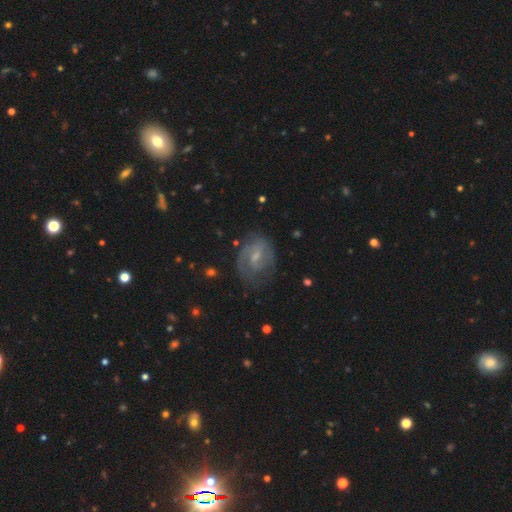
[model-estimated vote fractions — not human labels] Overall: featured or disk (77%). Edge-on disk: no (97%). Bar: weak (59%; no 25%). Spiral arms: yes (91%). Spiral arm count: 2 (62%). Spiral winding: medium (44%; tight 41%). Bulge size: small (55%; moderate 33%). Merging: none (66%).